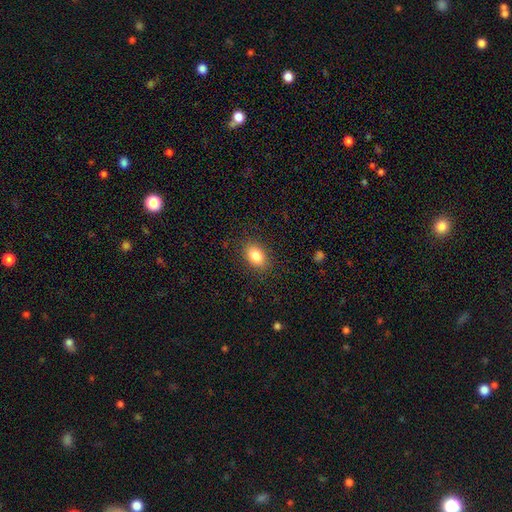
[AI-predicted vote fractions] Q: Smooth or featured?
A: smooth (85%); runner-up: star or artifact (9%)
Q: How rounded?
A: in between (82%); runner-up: round (16%)
Q: Merging?
A: none (87%); runner-up: minor disturbance (9%)